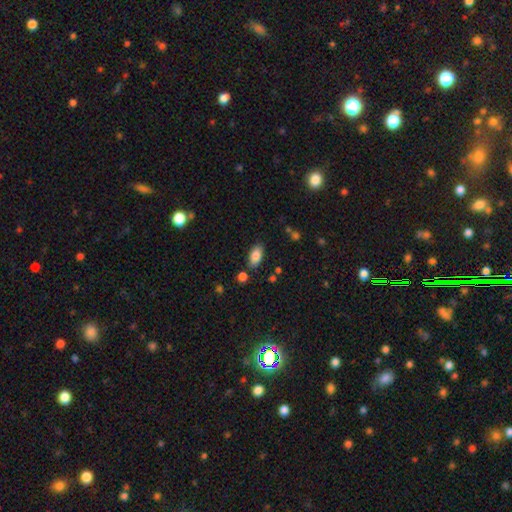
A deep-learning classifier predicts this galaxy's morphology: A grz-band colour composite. It shows a smooth galaxy with no disk features (86%) that is in between round and cigar-shaped (92%). Merging: none (81%).